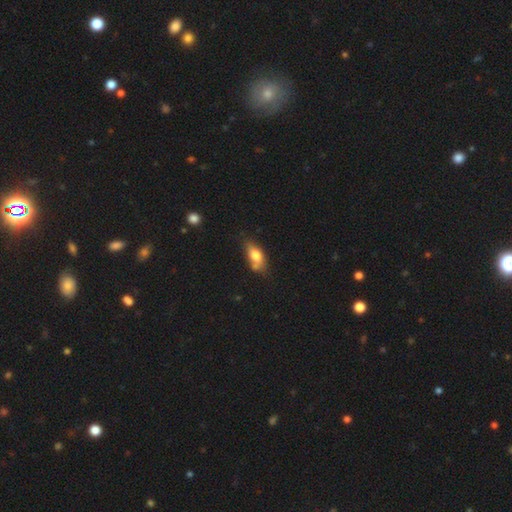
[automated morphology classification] type=smooth (72%); roundness=in between (82%); merging=none (48%).